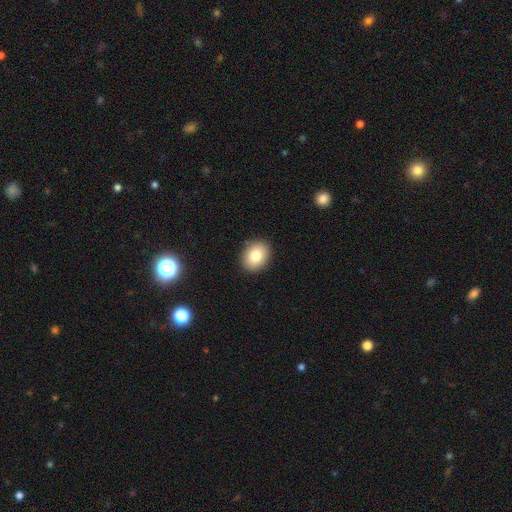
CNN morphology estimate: This appears to be a smooth galaxy with no disk features (82%) that is in between round and cigar-shaped (61%). Merging: none (90%).